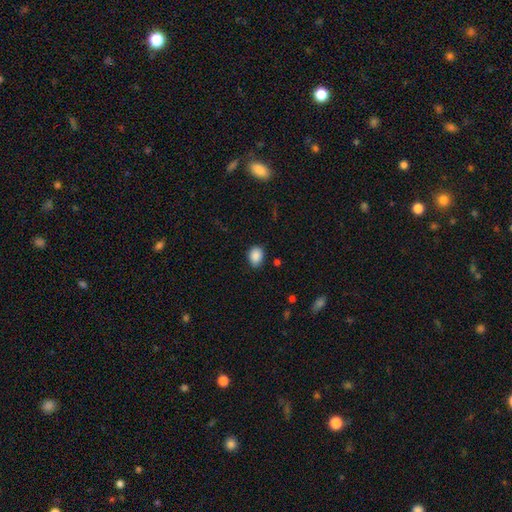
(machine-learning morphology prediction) smooth_or_featured: smooth (p=0.88) [alt: star or artifact p=0.08]
how_rounded: in between (p=0.63) [alt: round p=0.36]
merging: none (p=0.80) [alt: minor disturbance p=0.15]